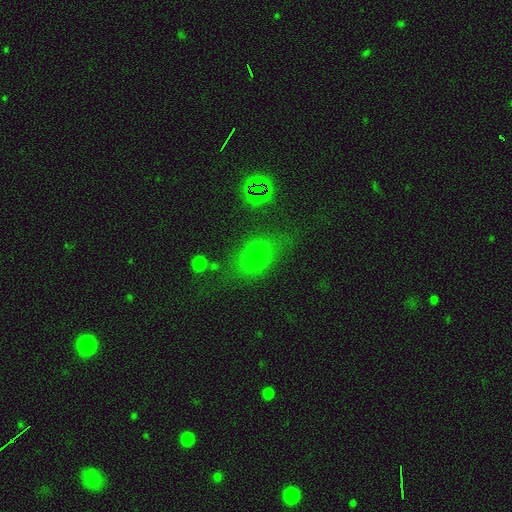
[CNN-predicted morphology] Smooth or featured: smooth — 64% (star or artifact — 21%)
How rounded: in between — 65% (round — 31%)
Merging: none — 65% (minor disturbance — 19%)